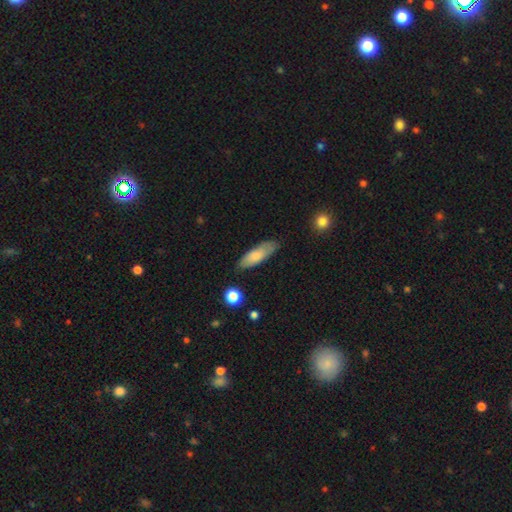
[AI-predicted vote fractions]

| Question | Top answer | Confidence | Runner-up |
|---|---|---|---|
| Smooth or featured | smooth | 75% | featured or disk (19%) |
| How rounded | in between | 59% | cigar-shaped (39%) |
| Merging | none | 78% | minor disturbance (17%) |